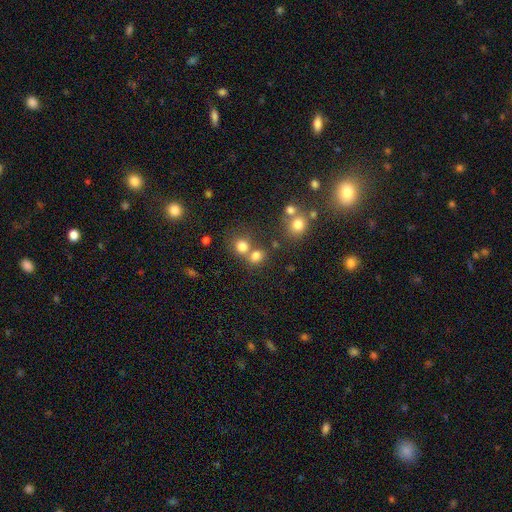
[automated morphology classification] Smooth or featured? smooth (76%)
How rounded? round (72%)
Merging? none (52%)